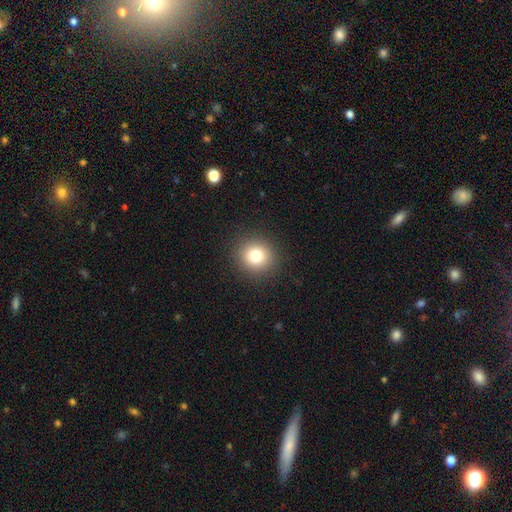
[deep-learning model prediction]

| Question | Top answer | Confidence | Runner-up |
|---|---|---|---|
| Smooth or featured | smooth | 79% | star or artifact (13%) |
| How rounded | round | 91% | in between (8%) |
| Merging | none | 91% | minor disturbance (6%) |